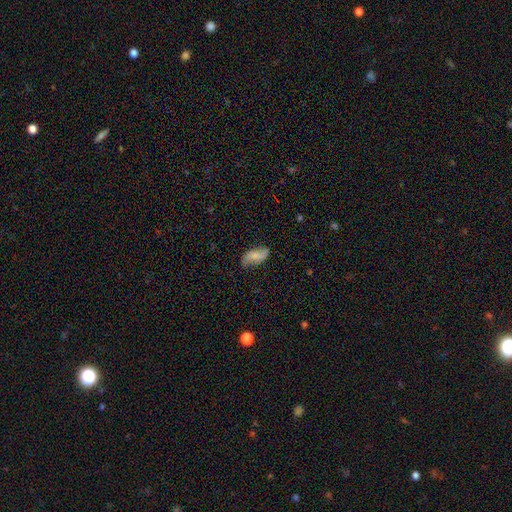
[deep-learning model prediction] Smooth or featured: smooth — 49% (featured or disk — 43%)
Merging: none — 72% (minor disturbance — 20%)